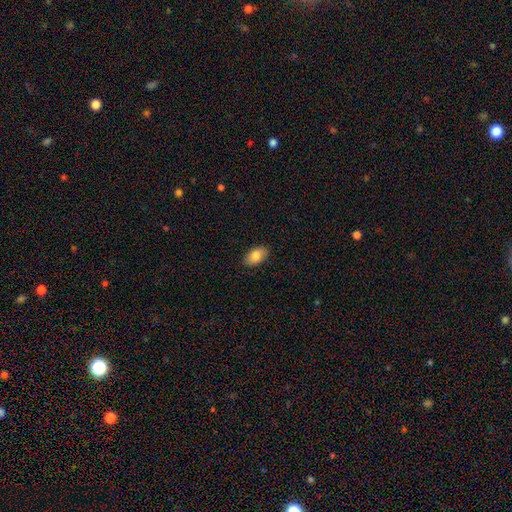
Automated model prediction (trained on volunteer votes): This appears to be a smooth galaxy with no disk features (84%) that is in between round and cigar-shaped (93%). Merging: none (86%).